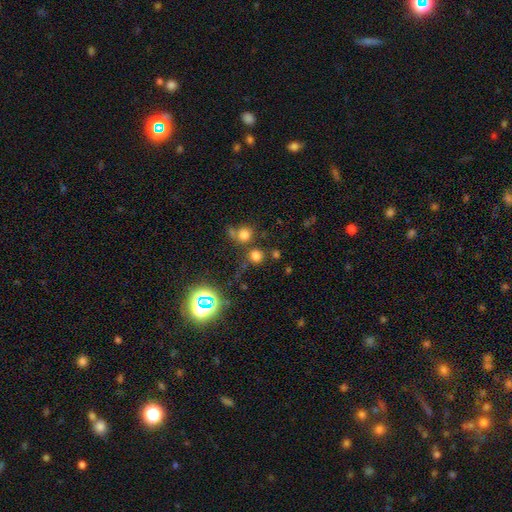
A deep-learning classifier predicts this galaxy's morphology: smooth-or-featured: smooth: 69% | star or artifact: 25% | featured or disk: 7%
  how-rounded: round: 90% | in between: 9% | cigar-shaped: 1%
  merging: none: 69% | merger: 17% | minor disturbance: 9% | major disturbance: 5%